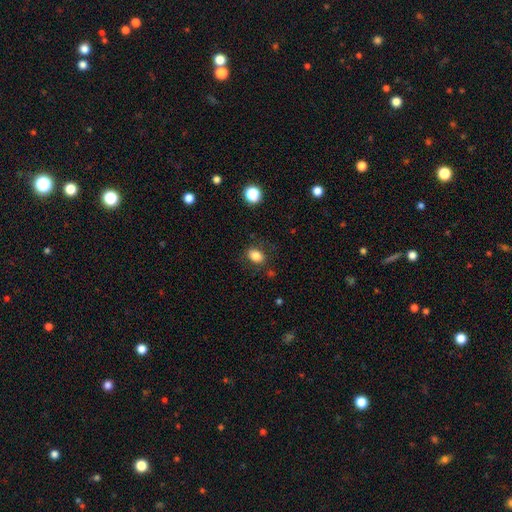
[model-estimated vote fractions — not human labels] Smooth or featured?
  - smooth: 83% *
  - star or artifact: 10%
  - featured or disk: 7%
How rounded?
  - in between: 74% *
  - round: 24%
  - cigar-shaped: 1%
Merging?
  - none: 81% *
  - minor disturbance: 13%
  - major disturbance: 4%
  - merger: 2%